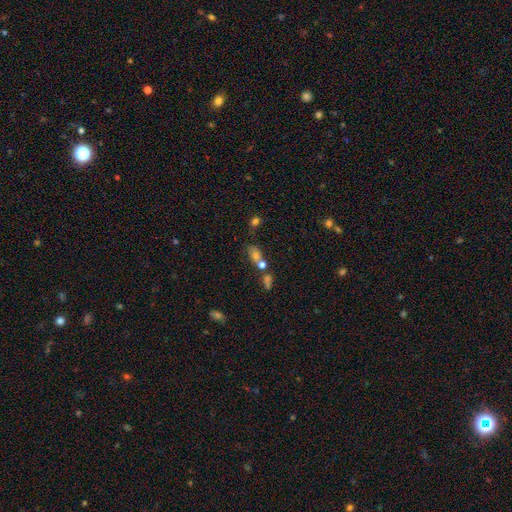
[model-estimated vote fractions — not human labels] This is possibly a smooth galaxy (59%). How rounded: likely in between (63%). Merging: marginally none (40%).